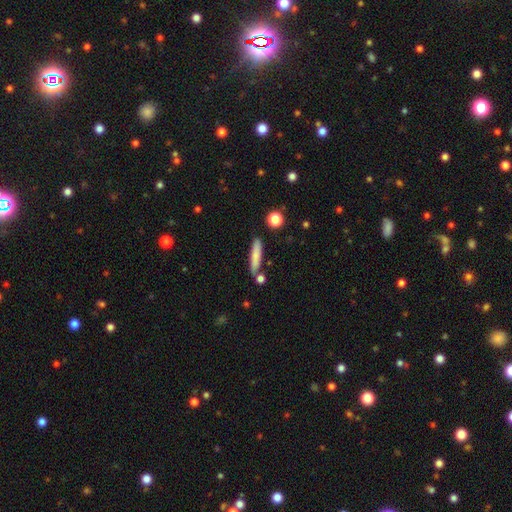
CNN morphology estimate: Smooth or featured? smooth (77%)
How rounded? cigar-shaped (84%)
Merging? none (77%)